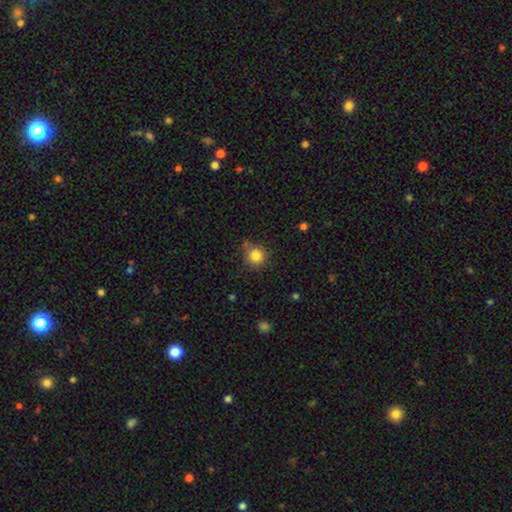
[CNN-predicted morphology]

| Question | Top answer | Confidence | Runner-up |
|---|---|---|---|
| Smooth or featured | smooth | 83% | star or artifact (11%) |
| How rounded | round | 92% | in between (7%) |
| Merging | none | 76% | minor disturbance (13%) |